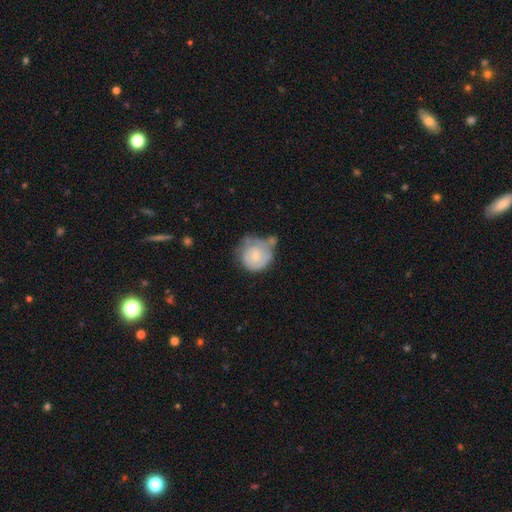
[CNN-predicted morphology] Smooth or featured? smooth (48%)
Merging? none (32%, tied with minor disturbance)